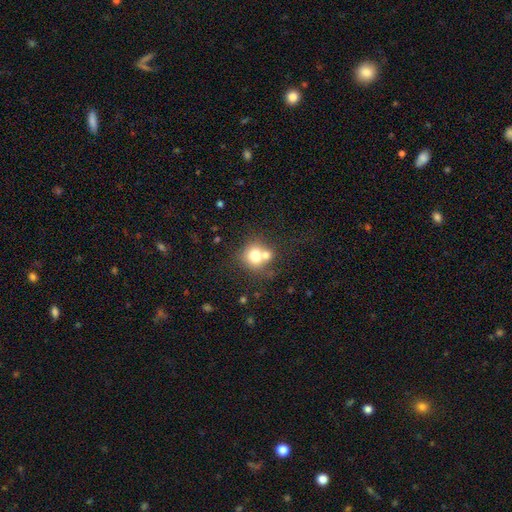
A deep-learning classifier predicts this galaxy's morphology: Smooth or featured: smooth — 70% (featured or disk — 18%)
How rounded: round — 80% (in between — 19%)
Merging: merger — 44% (none — 43%)